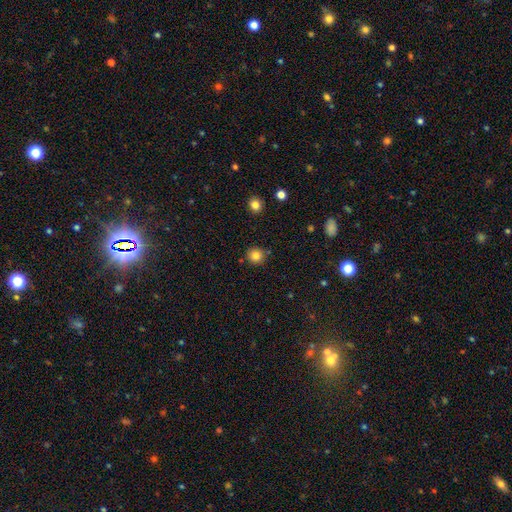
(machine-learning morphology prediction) smooth_or_featured: smooth (p=0.83) [alt: star or artifact p=0.12]
how_rounded: round (p=0.92) [alt: in between p=0.07]
merging: none (p=0.85) [alt: minor disturbance p=0.09]